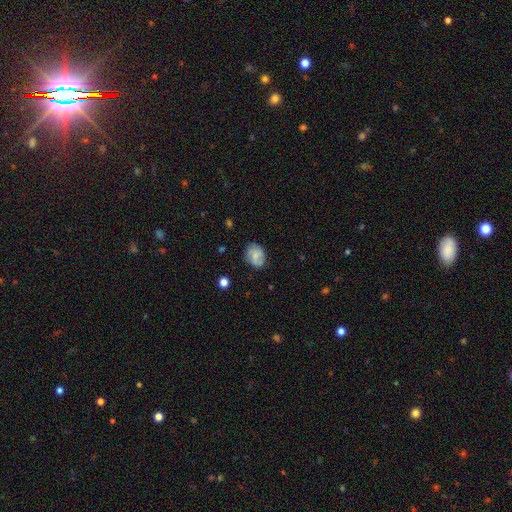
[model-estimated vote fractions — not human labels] A smooth galaxy with no disk features (56%) that is in between round and cigar-shaped (55%).

Vote fractions:
- Smooth or featured? smooth: 56% / featured or disk: 35% / star or artifact: 9%
- How rounded? in between: 55% / round: 44% / cigar-shaped: 1%
- Merging? none: 70% / minor disturbance: 22% / major disturbance: 6% / merger: 2%